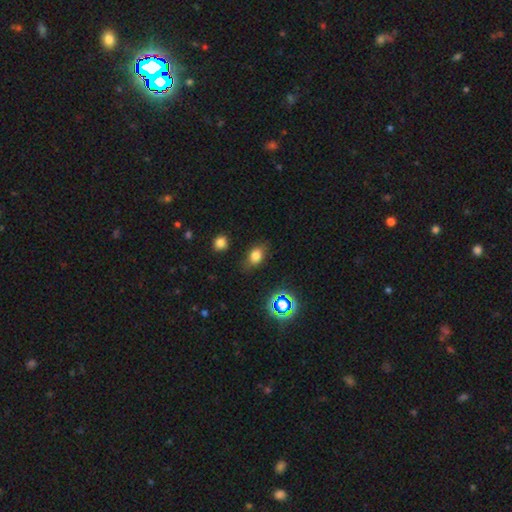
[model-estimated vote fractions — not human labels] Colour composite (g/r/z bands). It shows a smooth galaxy with no disk features (74%) that is in between round and cigar-shaped (77%). Merging: none (77%).